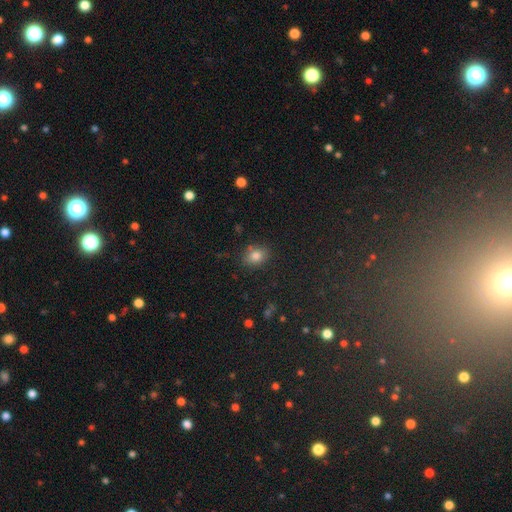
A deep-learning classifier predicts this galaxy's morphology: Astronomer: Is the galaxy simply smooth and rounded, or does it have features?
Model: smooth — 80%.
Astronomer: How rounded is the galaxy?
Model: in between — 62% (runner-up: round, 37%).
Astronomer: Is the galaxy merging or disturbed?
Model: none — 77%.